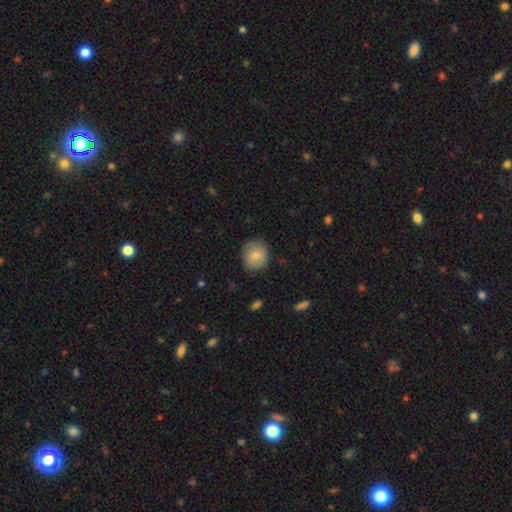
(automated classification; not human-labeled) smooth_or_featured: smooth (p=0.78) [alt: featured or disk p=0.15]
how_rounded: round (p=0.83) [alt: in between p=0.16]
merging: none (p=0.81) [alt: minor disturbance p=0.14]